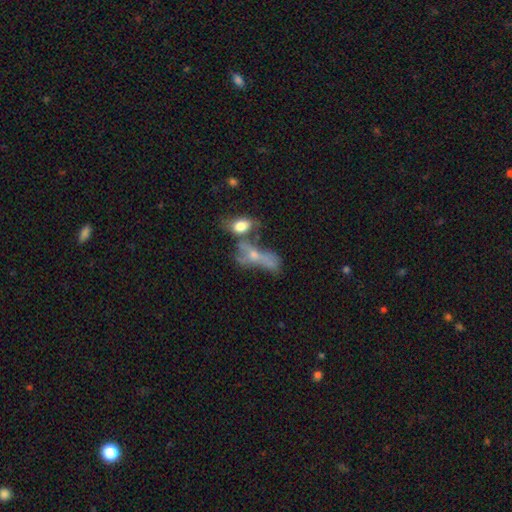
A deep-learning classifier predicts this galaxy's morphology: Smooth or featured: smooth — 45% (featured or disk — 39%)
Merging: merger — 48% (none — 21%)